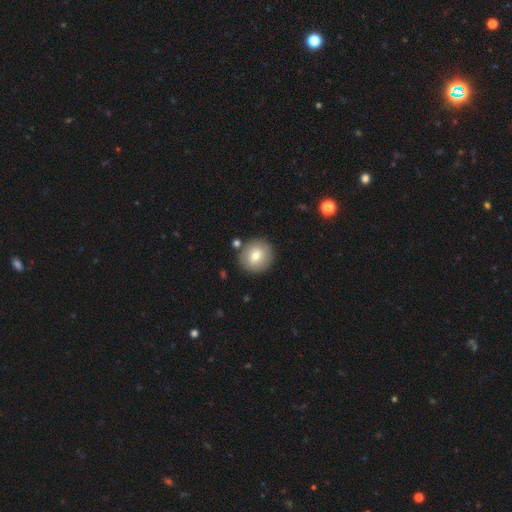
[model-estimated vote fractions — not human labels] smooth 76%, featured or disk 16%, star or artifact 8%. Down the decision tree: how rounded — round (92%); merging — none (84%).